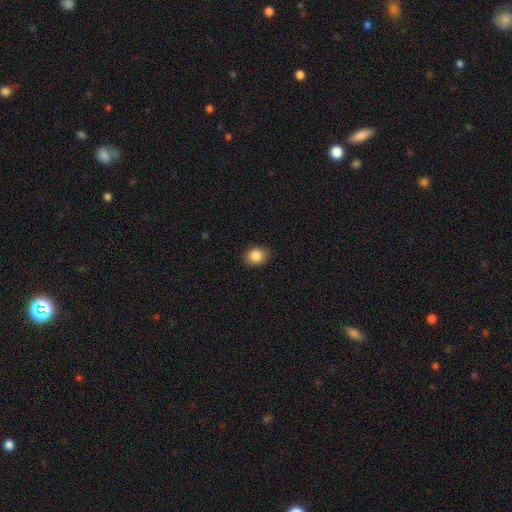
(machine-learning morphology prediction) This is clearly a smooth galaxy (86%). How rounded: possibly in between (53%). Merging: clearly none (88%).